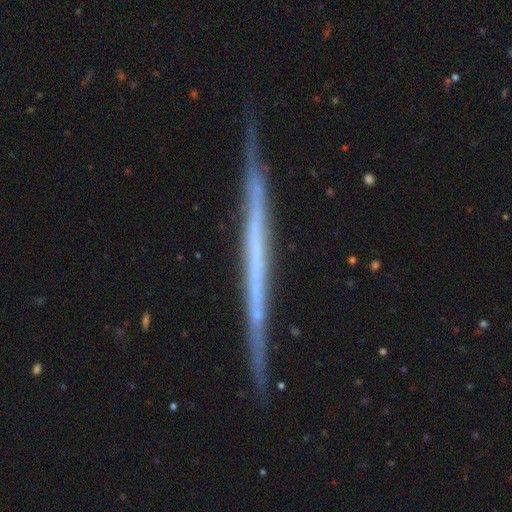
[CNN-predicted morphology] Smooth or featured?
  - featured or disk: 73% *
  - smooth: 21%
  - star or artifact: 6%
Edge-on disk?
  - yes: 98% *
  - no: 2%
Edge-on bulge?
  - none: 92% *
  - rounded: 4%
  - boxy: 3%
Merging?
  - none: 88% *
  - minor disturbance: 9%
  - major disturbance: 1%
  - merger: 1%